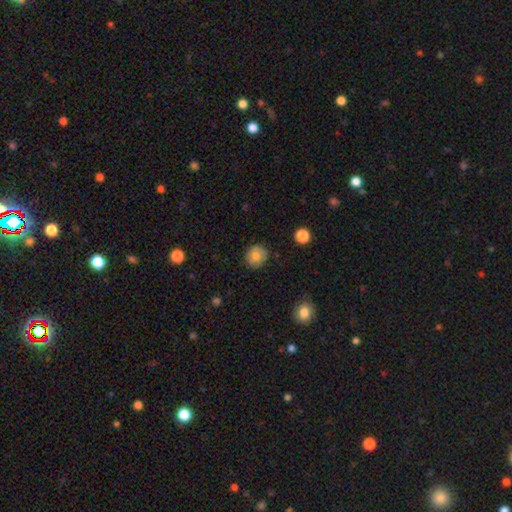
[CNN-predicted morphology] smooth_or_featured: smooth (p=0.72) [alt: featured or disk p=0.20]
how_rounded: round (p=0.86) [alt: in between p=0.13]
merging: none (p=0.86) [alt: minor disturbance p=0.10]